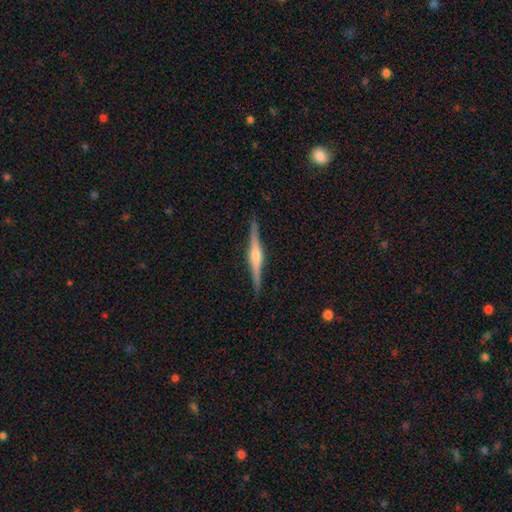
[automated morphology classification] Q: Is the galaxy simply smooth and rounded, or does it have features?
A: featured or disk — 83%.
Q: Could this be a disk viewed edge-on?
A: yes — 99%.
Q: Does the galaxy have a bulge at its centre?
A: rounded — 83%.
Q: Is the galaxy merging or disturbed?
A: none — 92%.